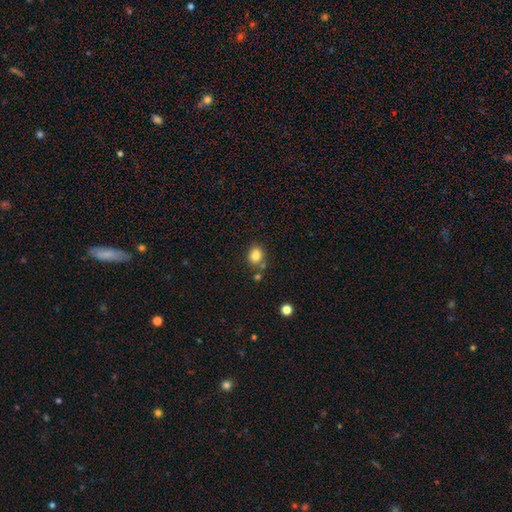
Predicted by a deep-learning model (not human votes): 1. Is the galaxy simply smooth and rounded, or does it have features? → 83% smooth, 11% star or artifact, 7% featured or disk.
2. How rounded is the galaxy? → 66% round, 33% in between, 1% cigar-shaped.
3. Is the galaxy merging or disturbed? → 69% none, 14% merger, 14% minor disturbance, 4% major disturbance.